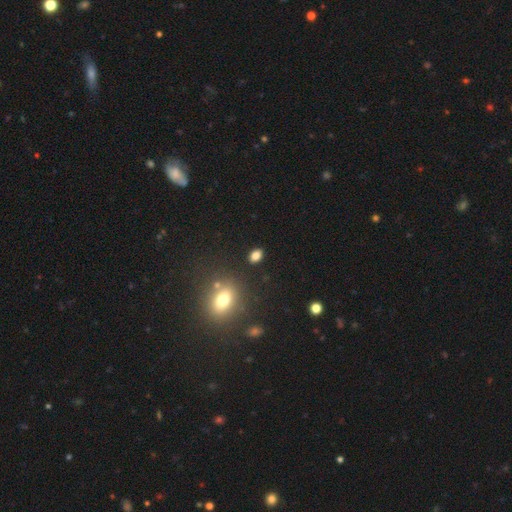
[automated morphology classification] Q: Smooth or featured?
A: smooth (82%); runner-up: star or artifact (12%)
Q: How rounded?
A: in between (82%); runner-up: round (16%)
Q: Merging?
A: none (85%); runner-up: minor disturbance (9%)